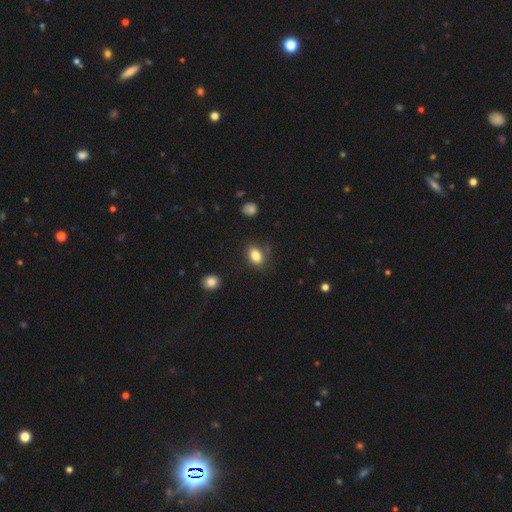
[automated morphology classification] A smooth galaxy with no disk features (84%) that is in between round and cigar-shaped (79%). Merging: none (79%).